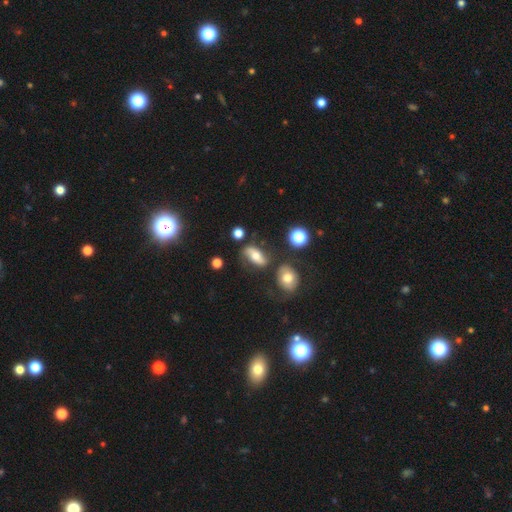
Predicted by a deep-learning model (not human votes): Morphology: type=smooth (49%); merging=none (62%).